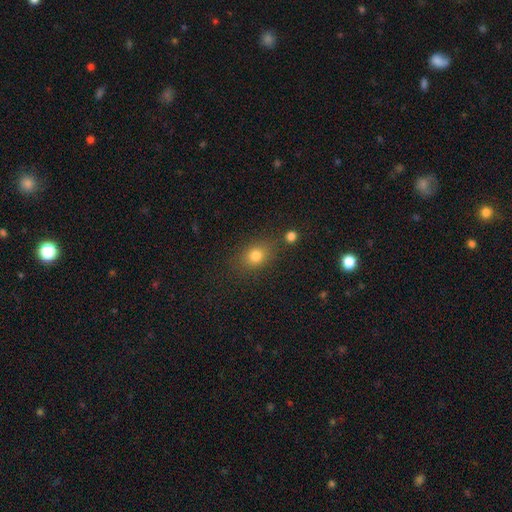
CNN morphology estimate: smooth-or-featured: smooth: 78% | star or artifact: 13% | featured or disk: 8%
  how-rounded: round: 49% (tied) | in between: 49% (tied) | cigar-shaped: 2%
  merging: none: 74% | minor disturbance: 14% | merger: 7% | major disturbance: 5%